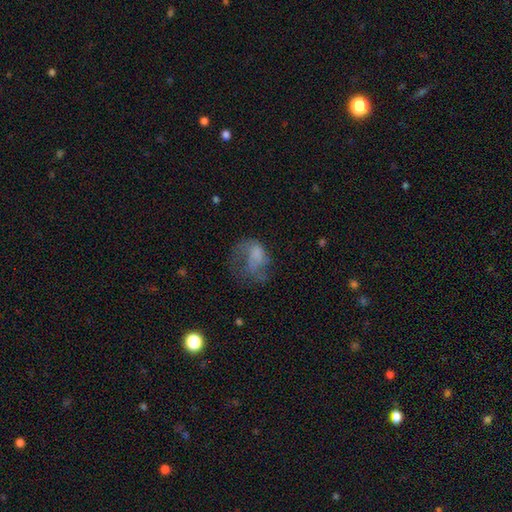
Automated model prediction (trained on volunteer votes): The model was most divided on "smooth or featured": smooth: 45%, featured or disk: 42%, star or artifact: 13%. More confident: merging — major disturbance (53%).